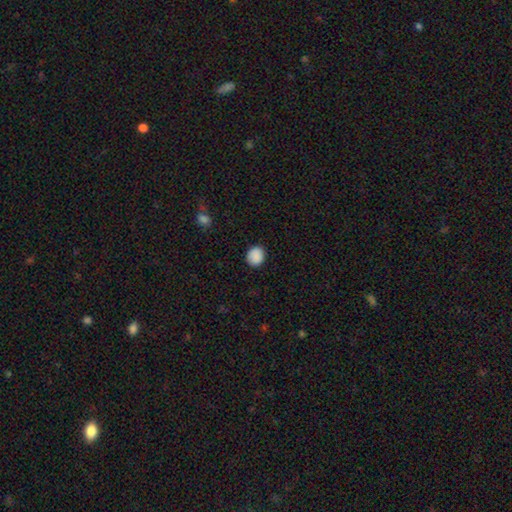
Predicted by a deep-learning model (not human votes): Q: Smooth or featured?
A: smooth (89%); runner-up: star or artifact (8%)
Q: How rounded?
A: round (70%); runner-up: in between (29%)
Q: Merging?
A: none (87%); runner-up: minor disturbance (9%)